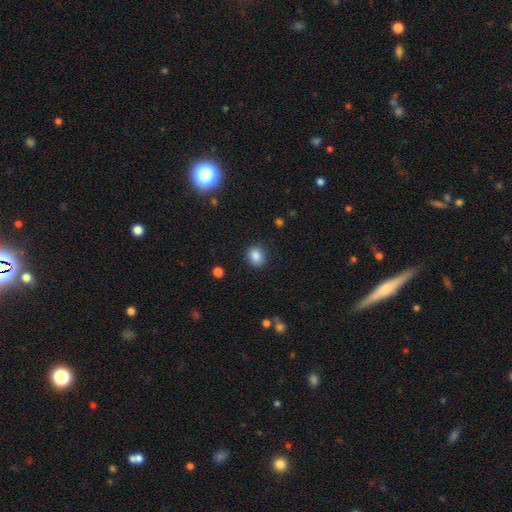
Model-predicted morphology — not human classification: smooth 86%, star or artifact 10%, featured or disk 4%. Down the decision tree: how rounded — round (61%); merging — none (87%).